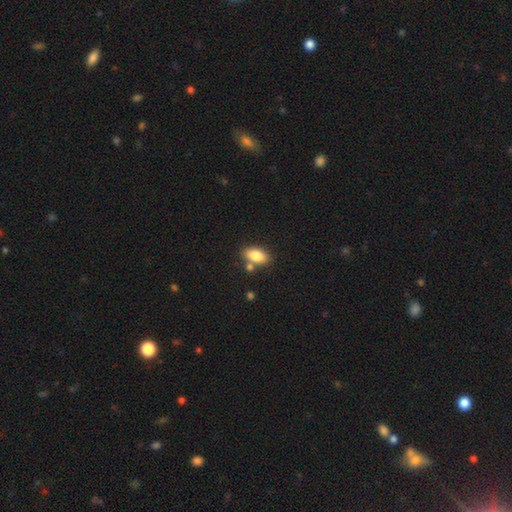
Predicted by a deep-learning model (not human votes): This appears to be a smooth galaxy with no disk features (83%) that is in between round and cigar-shaped (90%). Merging: none (70%).